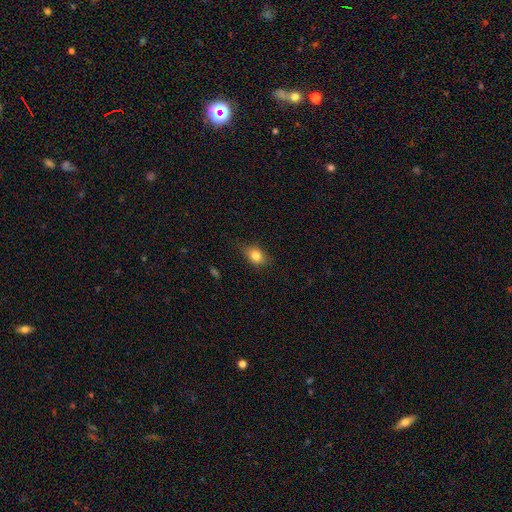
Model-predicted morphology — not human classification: A smooth galaxy with no disk features (81%) that is in between round and cigar-shaped (62%).

Vote fractions:
- Smooth or featured? smooth: 81% / star or artifact: 10% / featured or disk: 9%
- How rounded? in between: 62% / round: 36% / cigar-shaped: 2%
- Merging? none: 74% / minor disturbance: 20% / major disturbance: 4% / merger: 1%